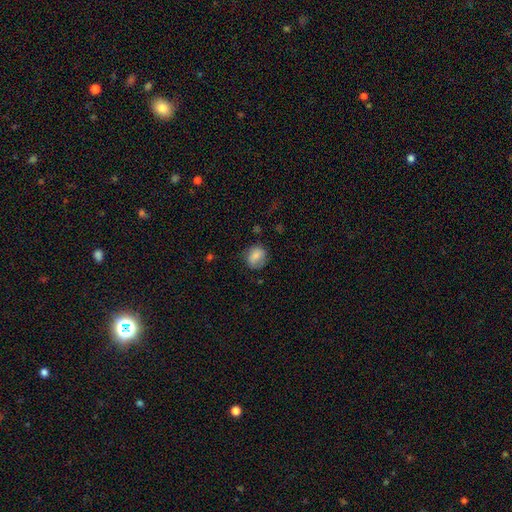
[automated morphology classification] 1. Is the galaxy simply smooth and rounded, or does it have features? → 77% smooth, 15% featured or disk, 9% star or artifact.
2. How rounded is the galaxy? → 66% round, 33% in between, 1% cigar-shaped.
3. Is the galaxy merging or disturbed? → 72% none, 19% minor disturbance, 6% major disturbance, 2% merger.